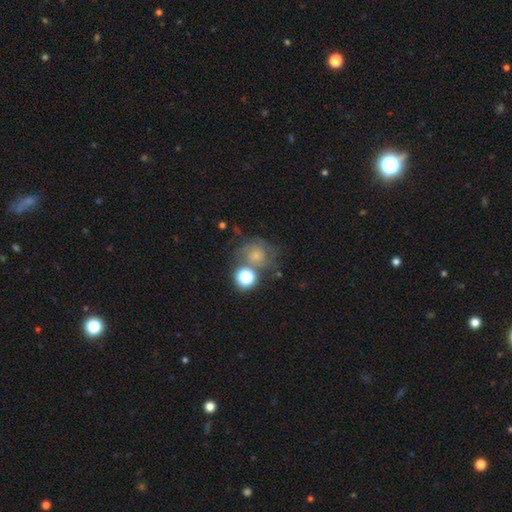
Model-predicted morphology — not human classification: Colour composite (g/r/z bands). It shows a smooth galaxy with no disk features (49%). Merging: none (47%).